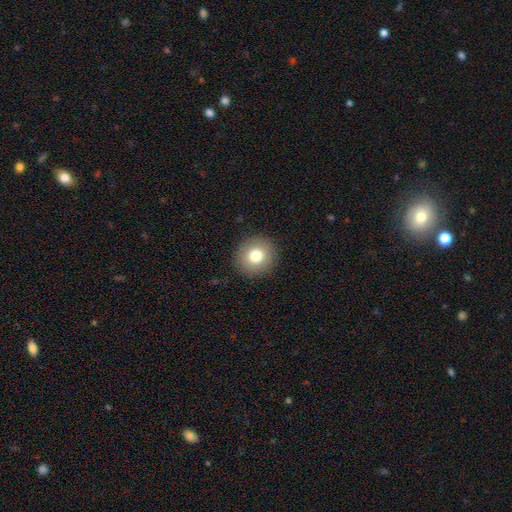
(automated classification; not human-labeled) This is likely a smooth galaxy (79%). How rounded: clearly round (93%). Merging: clearly none (91%).